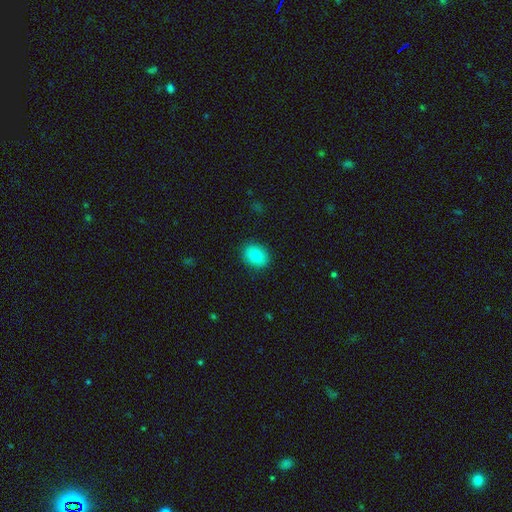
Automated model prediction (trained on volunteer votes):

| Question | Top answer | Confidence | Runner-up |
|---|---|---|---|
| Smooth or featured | smooth | 81% | featured or disk (10%) |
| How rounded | round | 51% | in between (48%) |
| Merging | none | 89% | minor disturbance (8%) |